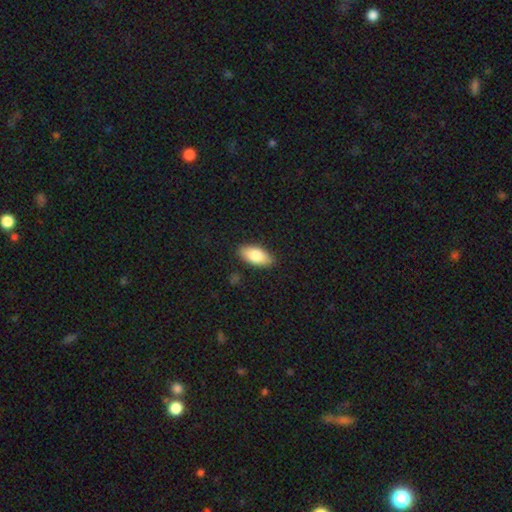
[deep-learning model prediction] The model was most divided on "smooth or featured": smooth: 82%, featured or disk: 12%, star or artifact: 6%. More confident: how rounded — in between (90%); merging — none (87%).